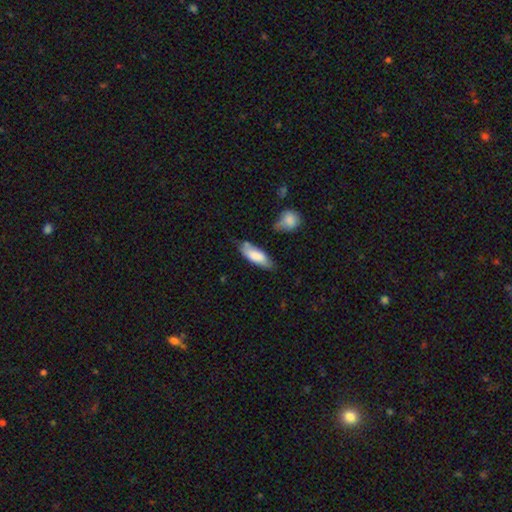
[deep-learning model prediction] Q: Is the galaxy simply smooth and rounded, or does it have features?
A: smooth — 79%.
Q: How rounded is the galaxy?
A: in between — 67%.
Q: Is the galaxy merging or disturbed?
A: none — 58%.